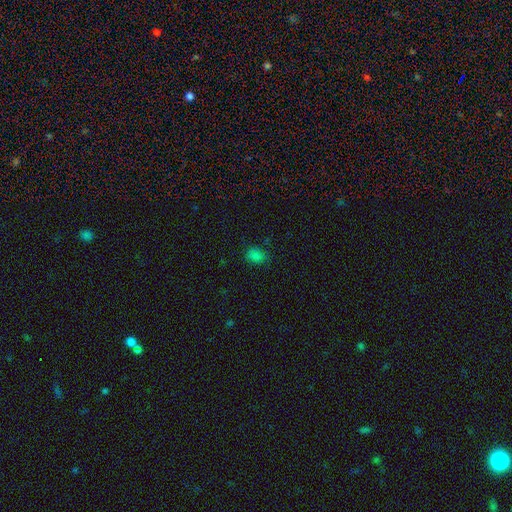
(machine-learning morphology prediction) Smooth or featured: smooth — 78% (star or artifact — 18%)
How rounded: in between — 65% (round — 33%)
Merging: none — 77% (minor disturbance — 17%)